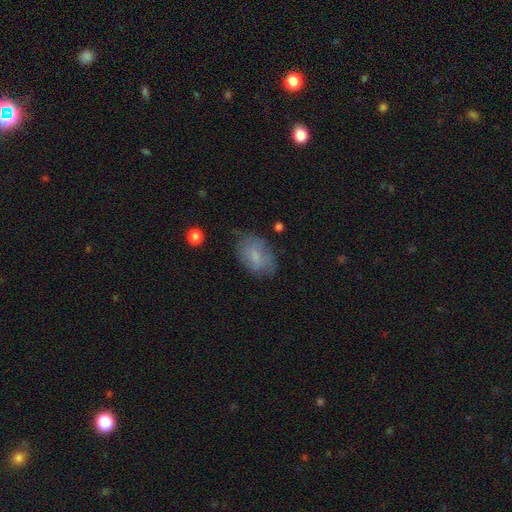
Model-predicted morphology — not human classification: smooth 71%, featured or disk 21%, star or artifact 8%. Down the decision tree: how rounded — in between (86%); merging — none (66%).